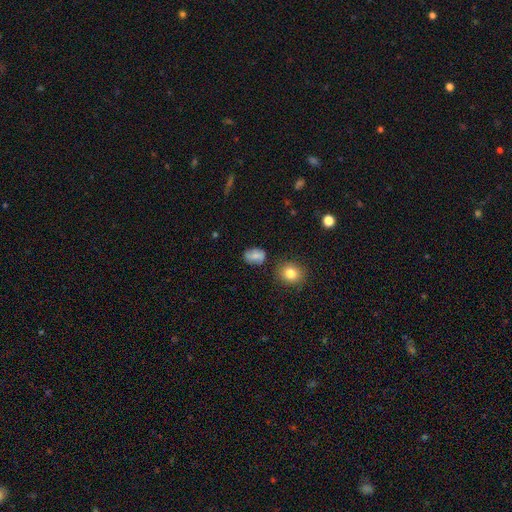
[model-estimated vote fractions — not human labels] Overall: smooth (69%). How rounded: in between (67%; round 31%). Merging: none (71%).